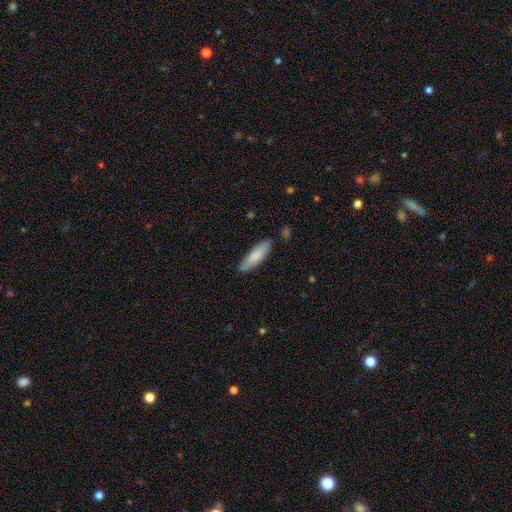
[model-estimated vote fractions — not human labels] smooth_or_featured: smooth (p=0.81) [alt: featured or disk p=0.13]
how_rounded: cigar-shaped (p=0.63) [alt: in between p=0.36]
merging: none (p=0.83) [alt: minor disturbance p=0.13]